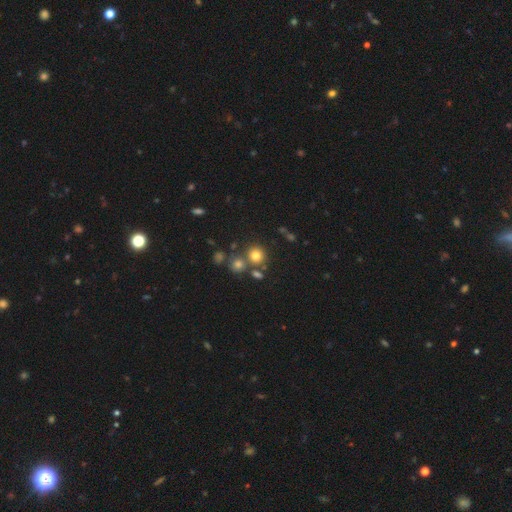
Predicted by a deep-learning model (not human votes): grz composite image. It shows a smooth galaxy with no disk features (75%) that is round (89%). Merging: none (69%).